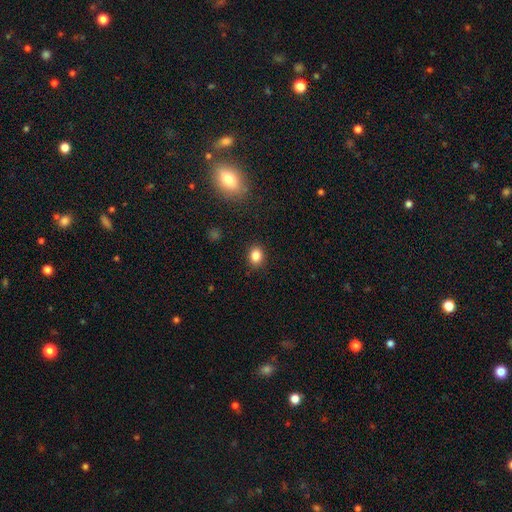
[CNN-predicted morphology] type=smooth (84%); roundness=round (57%); merging=none (89%).